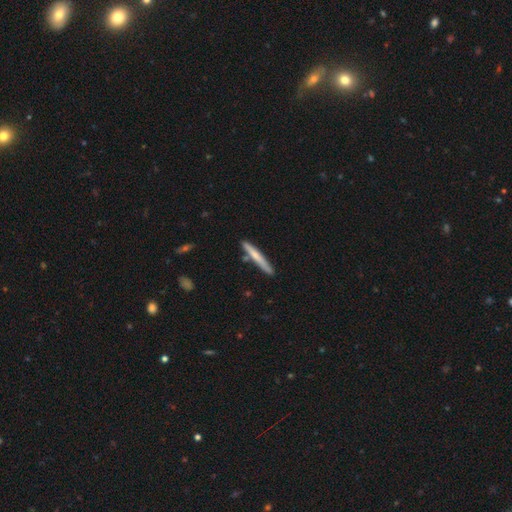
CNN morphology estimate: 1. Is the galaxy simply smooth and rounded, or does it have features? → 61% smooth, 33% featured or disk, 5% star or artifact.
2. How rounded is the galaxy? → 96% cigar-shaped, 3% in between, 1% round.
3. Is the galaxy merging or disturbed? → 81% none, 12% minor disturbance, 5% merger, 2% major disturbance.